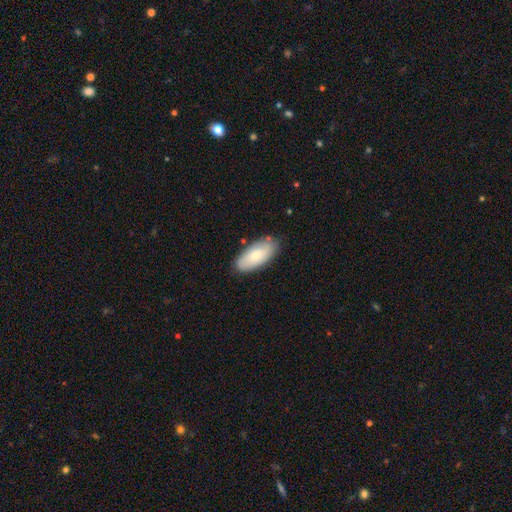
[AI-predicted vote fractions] Smooth or featured? Predicted: smooth (p=0.74). How rounded? Predicted: in between (p=0.91). Merging? Predicted: none (p=0.80).